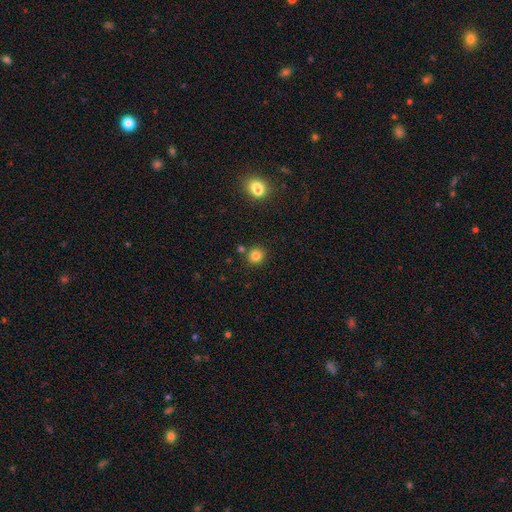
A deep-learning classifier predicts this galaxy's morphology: smooth_or_featured: smooth (p=0.82) [alt: star or artifact p=0.13]
how_rounded: round (p=0.90) [alt: in between p=0.09]
merging: none (p=0.83) [alt: minor disturbance p=0.08]